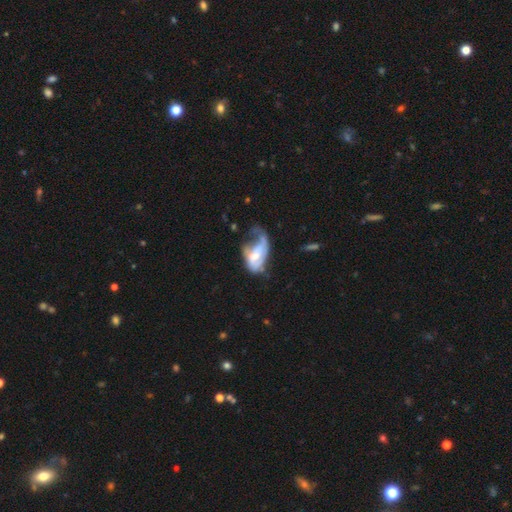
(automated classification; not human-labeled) smooth_or_featured: featured or disk (p=0.55) [alt: smooth p=0.38]
disk_edge_on: no (p=0.95) [alt: yes p=0.05]
bar: no (p=0.57) [alt: weak p=0.33]
has_spiral_arms: yes (p=0.52) [alt: no p=0.48]
bulge_size: moderate (p=0.45) [alt: small p=0.32]
merging: major disturbance (p=0.55) [alt: minor disturbance p=0.21]